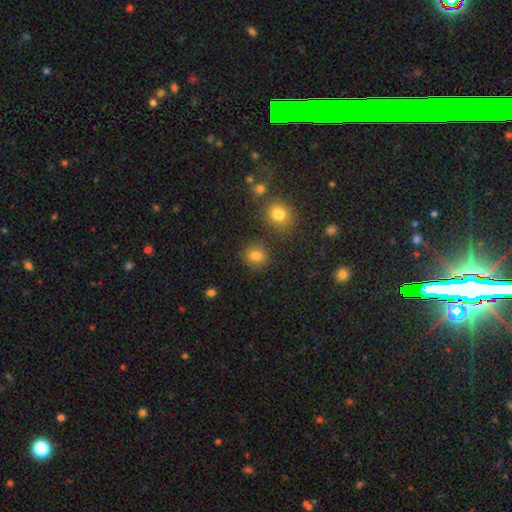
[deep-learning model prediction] Morphology: type=smooth (80%); roundness=round (84%); merging=none (84%).